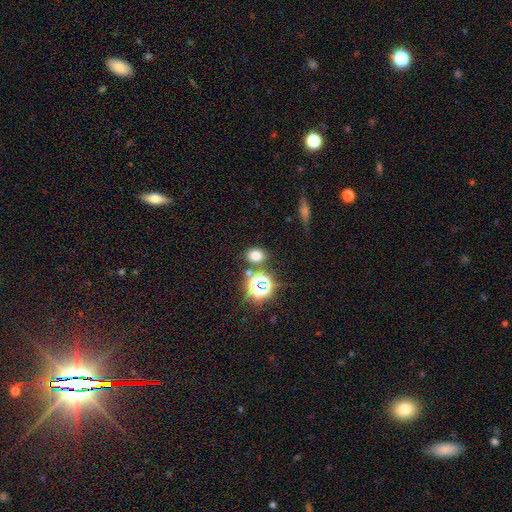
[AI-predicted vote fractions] This appears to be a smooth galaxy with no disk features (69%) that is in between round and cigar-shaped (50%). Merging: none (78%).